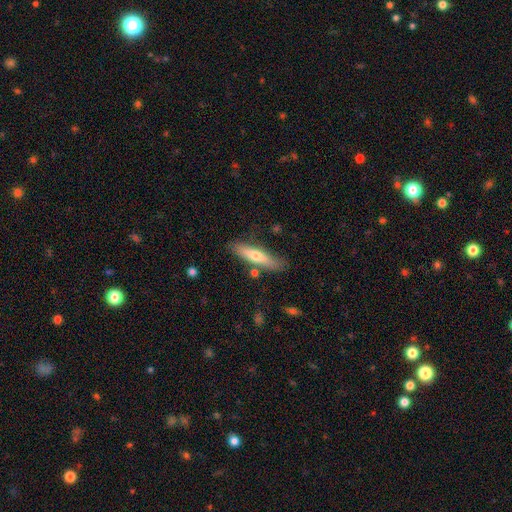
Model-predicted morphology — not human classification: A smooth galaxy with no disk features (58%) that is cigar-shaped (81%).

Vote fractions:
- Smooth or featured? smooth: 58% / featured or disk: 36% / star or artifact: 6%
- How rounded? cigar-shaped: 81% / in between: 17% / round: 2%
- Merging? none: 79% / minor disturbance: 14% / merger: 4% / major disturbance: 3%